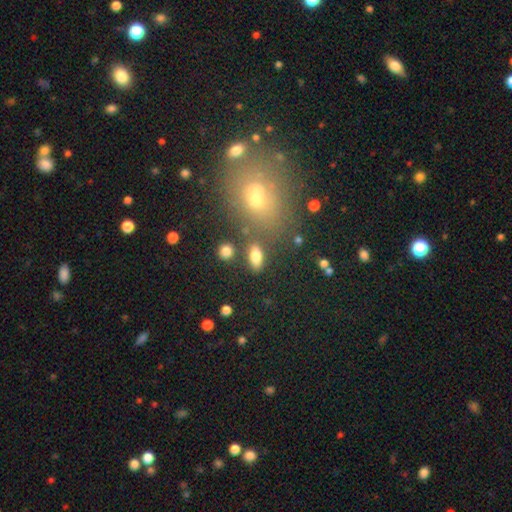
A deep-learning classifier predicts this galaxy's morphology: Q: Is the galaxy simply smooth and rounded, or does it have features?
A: smooth — 80%.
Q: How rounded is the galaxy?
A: in between — 86%.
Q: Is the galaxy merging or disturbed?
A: none — 77%.